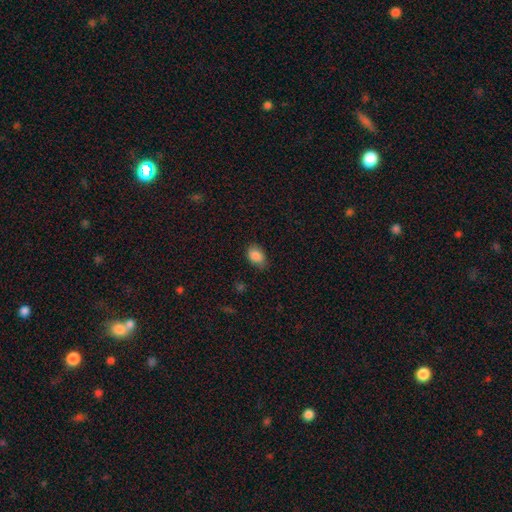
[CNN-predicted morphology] Smooth or featured? smooth (87%)
How rounded? in between (81%)
Merging? none (72%)